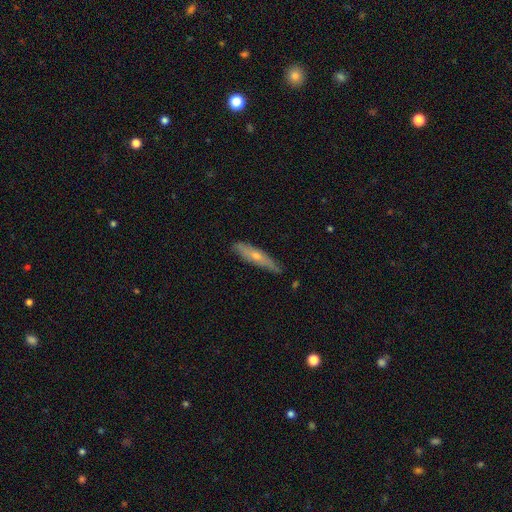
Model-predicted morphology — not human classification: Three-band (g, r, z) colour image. It shows a featured or disk galaxy (51%) viewed edge-on (75%). Merging: none (79%).